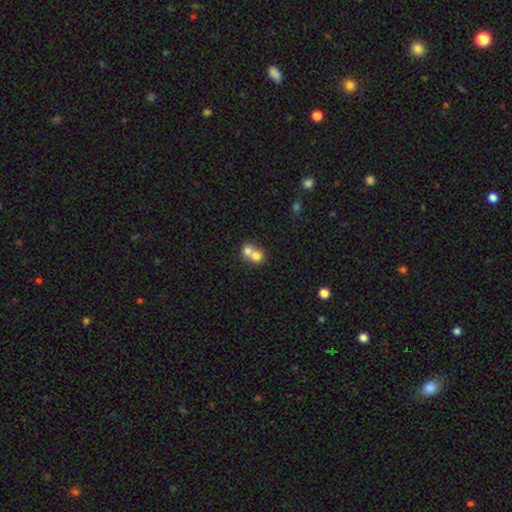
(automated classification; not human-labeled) Overall: smooth (73%). How rounded: round (76%). Merging: merger (69%).